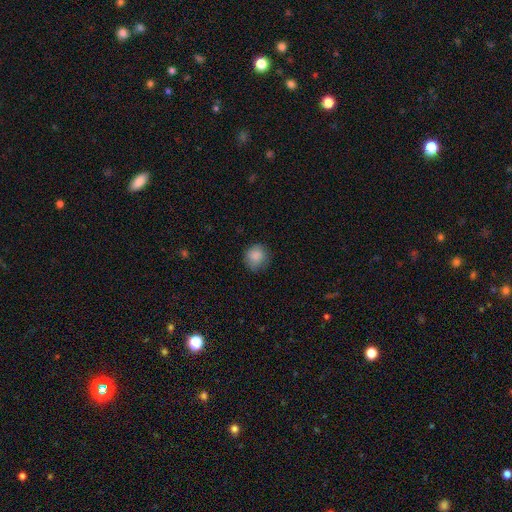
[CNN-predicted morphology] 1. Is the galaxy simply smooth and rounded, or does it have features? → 86% smooth, 8% star or artifact, 6% featured or disk.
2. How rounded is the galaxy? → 83% round, 16% in between, 1% cigar-shaped.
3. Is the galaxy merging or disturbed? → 74% none, 20% minor disturbance, 5% major disturbance, 1% merger.